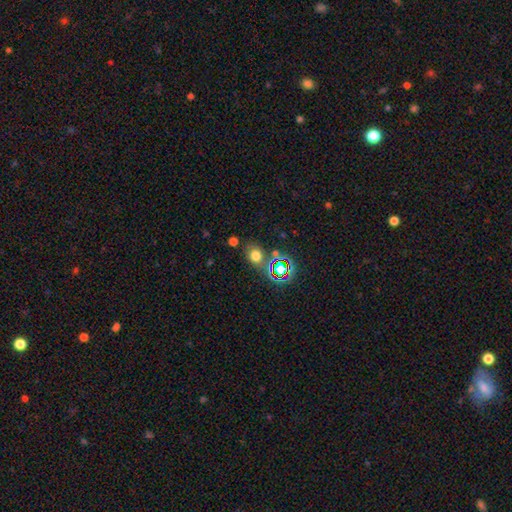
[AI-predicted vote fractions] Smooth or featured? smooth (63%)
How rounded? round (53%)
Merging? none (67%)